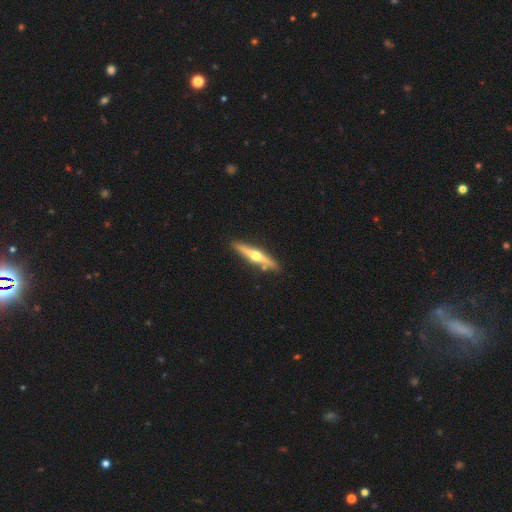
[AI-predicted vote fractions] smooth-or-featured: featured or disk: 69% | smooth: 26% | star or artifact: 5%
  disk-edge-on: yes: 97% | no: 3%
    edge-on-bulge: rounded: 94% | none: 4% | boxy: 2%
  merging: none: 87% | minor disturbance: 8% | merger: 3% | major disturbance: 2%